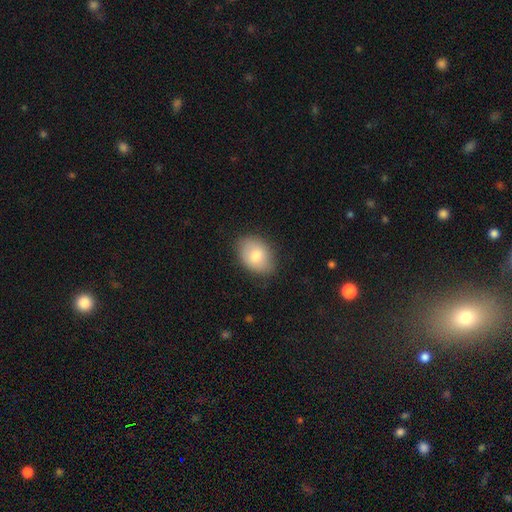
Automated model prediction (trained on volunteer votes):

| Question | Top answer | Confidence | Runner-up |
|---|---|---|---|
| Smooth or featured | smooth | 78% | featured or disk (14%) |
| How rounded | in between | 74% | round (25%) |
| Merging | none | 79% | minor disturbance (17%) |